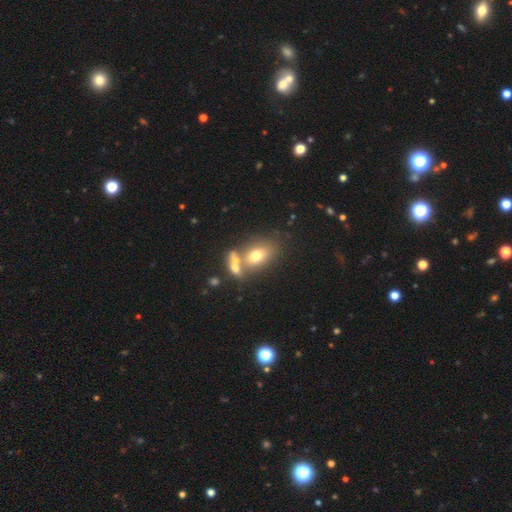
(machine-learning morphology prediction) smooth-or-featured: smooth: 69% | featured or disk: 20% | star or artifact: 11%
  how-rounded: in between: 78% | round: 19% | cigar-shaped: 3%
  merging: none: 44% | merger: 38% | minor disturbance: 12% | major disturbance: 6%